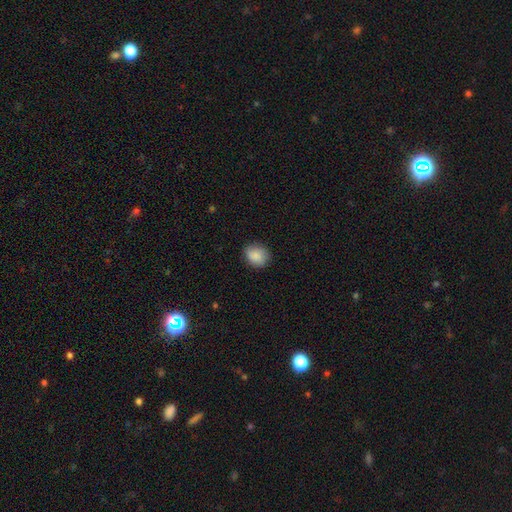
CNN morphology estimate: Smooth or featured: smooth — 88% (star or artifact — 7%)
How rounded: round — 59% (in between — 40%)
Merging: none — 83% (minor disturbance — 13%)